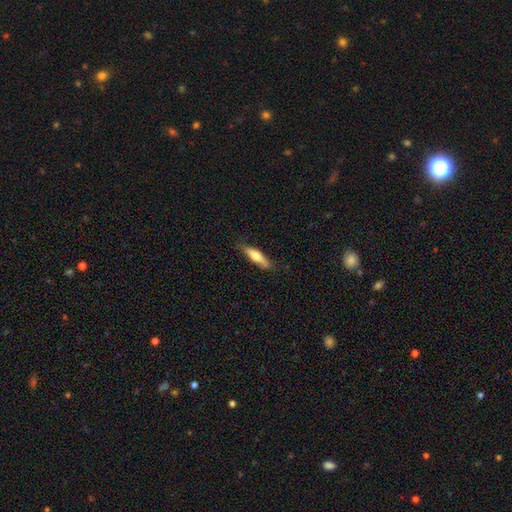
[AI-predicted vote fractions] A smooth galaxy with no disk features (54%) that is cigar-shaped (71%).

Vote fractions:
- Smooth or featured? smooth: 54% / featured or disk: 40% / star or artifact: 5%
- How rounded? cigar-shaped: 71% / in between: 27% / round: 2%
- Merging? none: 80% / minor disturbance: 16% / major disturbance: 3% / merger: 1%